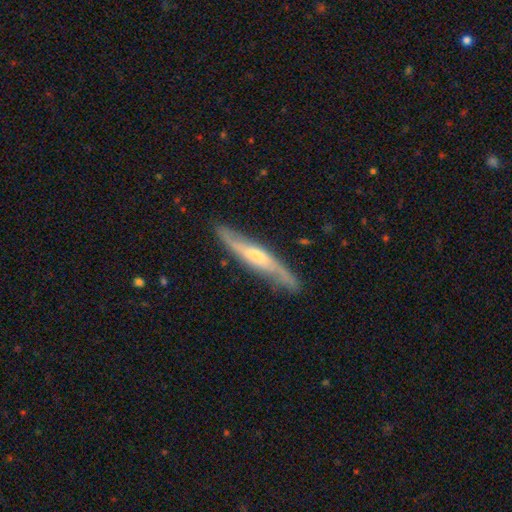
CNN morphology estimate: A featured or disk galaxy (72%) viewed edge-on (57%). Merging: none (80%).